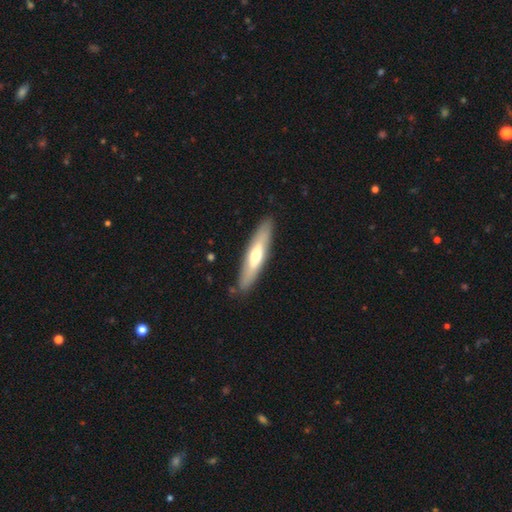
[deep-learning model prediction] smooth-or-featured: smooth: 51% | featured or disk: 44% | star or artifact: 5%
  how-rounded: cigar-shaped: 77% | in between: 22% | round: 1%
  merging: none: 87% | minor disturbance: 10% | major disturbance: 2% | merger: 1%